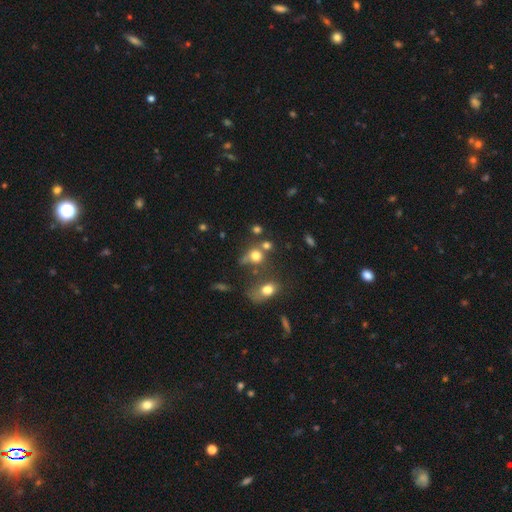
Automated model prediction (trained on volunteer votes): Smooth or featured? Predicted: smooth (p=0.71). How rounded? Predicted: round (p=0.76). Merging? Predicted: none (p=0.43).